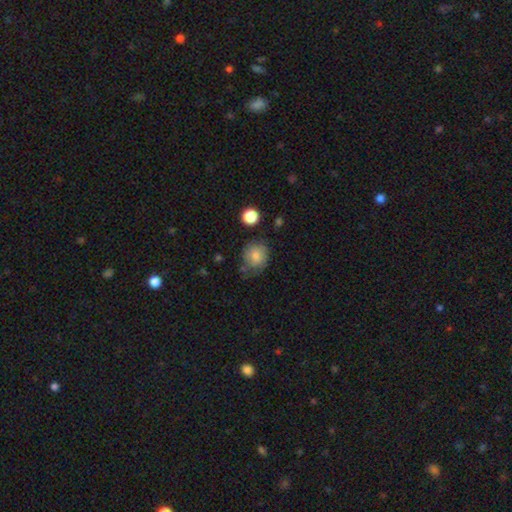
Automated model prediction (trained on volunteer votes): Q: Smooth or featured?
A: smooth (76%); runner-up: featured or disk (14%)
Q: How rounded?
A: round (78%); runner-up: in between (21%)
Q: Merging?
A: none (64%); runner-up: minor disturbance (24%)